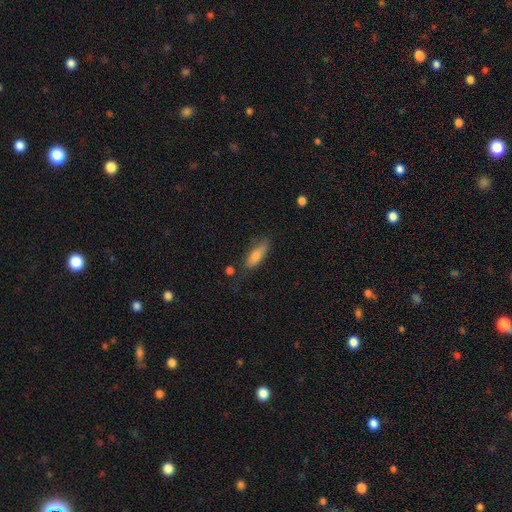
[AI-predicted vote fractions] This is likely a smooth galaxy (76%). How rounded: possibly in between (50%). Merging: likely none (67%).